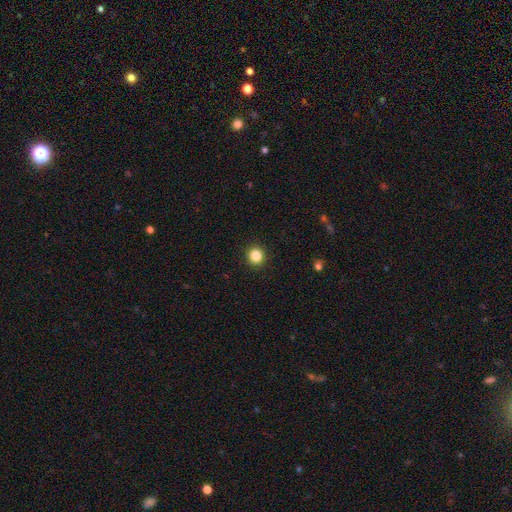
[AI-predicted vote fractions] smooth 85%, star or artifact 11%, featured or disk 4%. Down the decision tree: how rounded — round (92%); merging — none (93%).